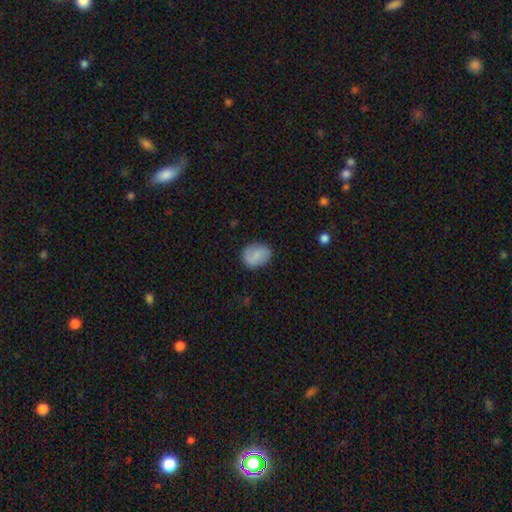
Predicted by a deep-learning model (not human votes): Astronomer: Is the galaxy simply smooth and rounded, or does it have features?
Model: smooth — 69%.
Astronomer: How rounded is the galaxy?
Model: in between — 50% (runner-up: round, 48%).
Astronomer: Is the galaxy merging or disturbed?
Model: none — 81%.